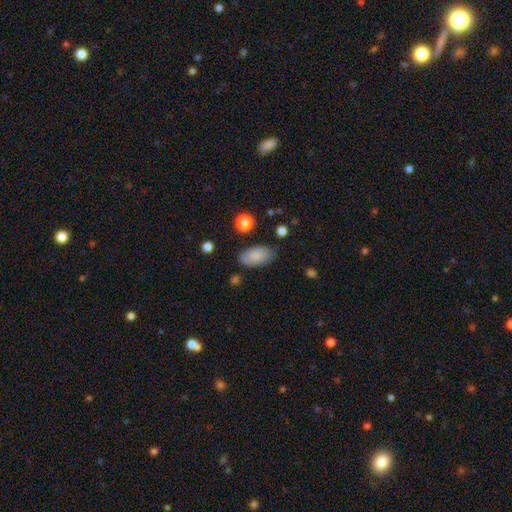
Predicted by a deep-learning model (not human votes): This is clearly a smooth galaxy (83%). How rounded: clearly in between (94%). Merging: likely none (77%).